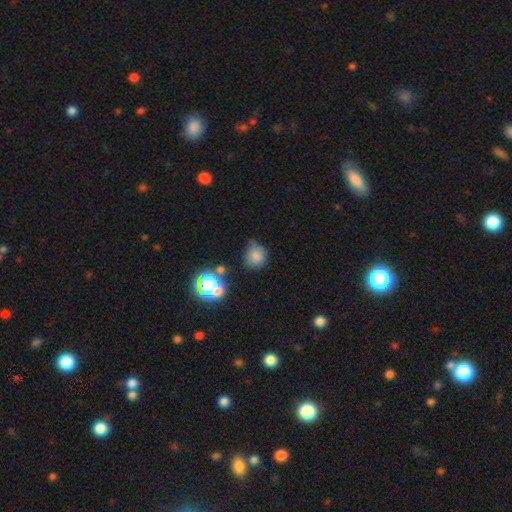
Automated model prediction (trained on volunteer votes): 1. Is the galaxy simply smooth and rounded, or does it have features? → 73% smooth, 17% star or artifact, 10% featured or disk.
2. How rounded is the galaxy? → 85% round, 14% in between, 1% cigar-shaped.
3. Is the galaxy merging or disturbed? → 63% none, 25% minor disturbance, 7% major disturbance, 6% merger.